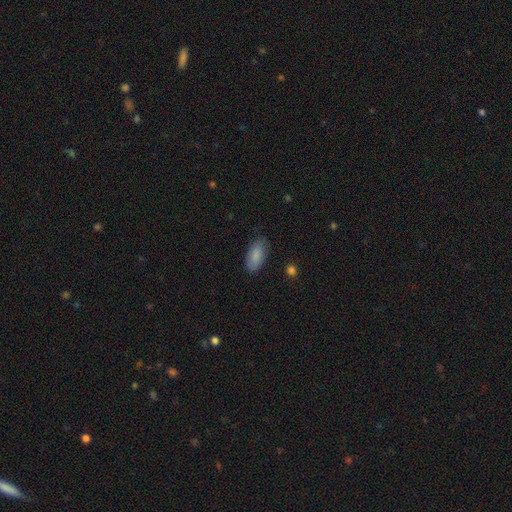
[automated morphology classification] Smooth or featured? smooth (87%)
How rounded? in between (91%)
Merging? none (81%)